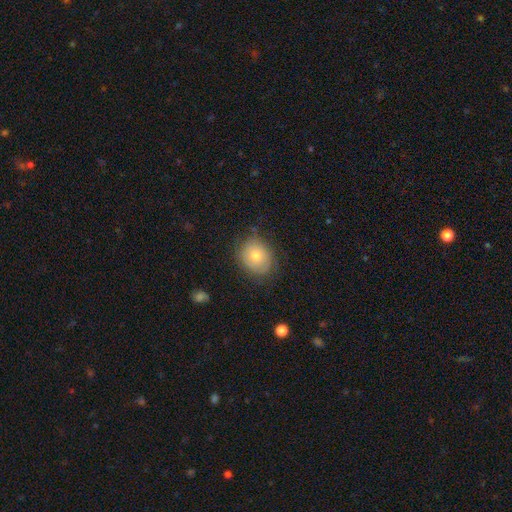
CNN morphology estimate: A smooth galaxy with no disk features (71%) that is round (70%). Merging: none (75%).